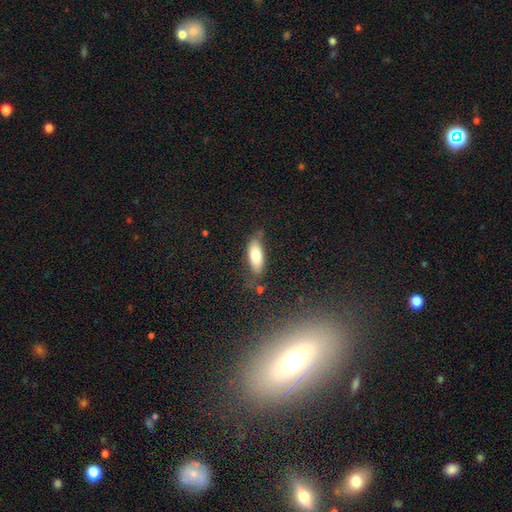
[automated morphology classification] smooth 75%, featured or disk 18%, star or artifact 7%. Down the decision tree: how rounded — in between (77%); merging — none (69%).